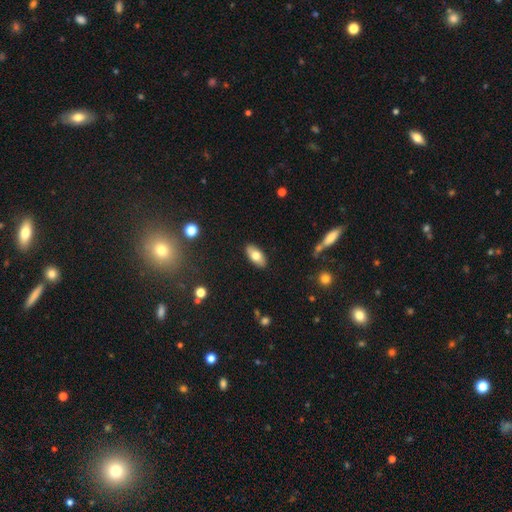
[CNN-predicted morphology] Q: Smooth or featured?
A: smooth (74%); runner-up: featured or disk (19%)
Q: How rounded?
A: in between (89%); runner-up: cigar-shaped (8%)
Q: Merging?
A: none (89%); runner-up: minor disturbance (8%)